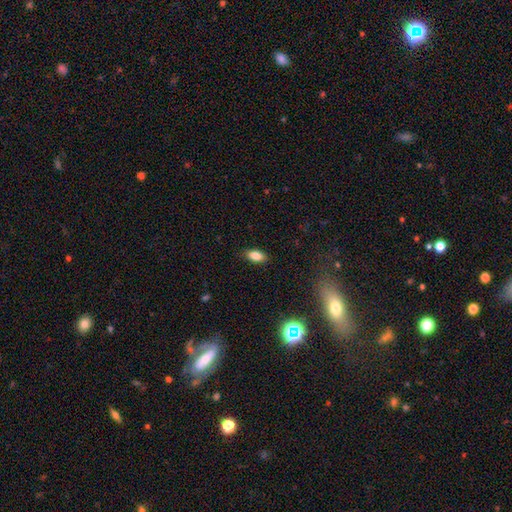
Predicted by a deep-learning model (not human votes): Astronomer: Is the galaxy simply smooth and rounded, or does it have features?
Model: smooth — 83%.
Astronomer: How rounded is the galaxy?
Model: in between — 88%.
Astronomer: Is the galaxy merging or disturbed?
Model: none — 87%.